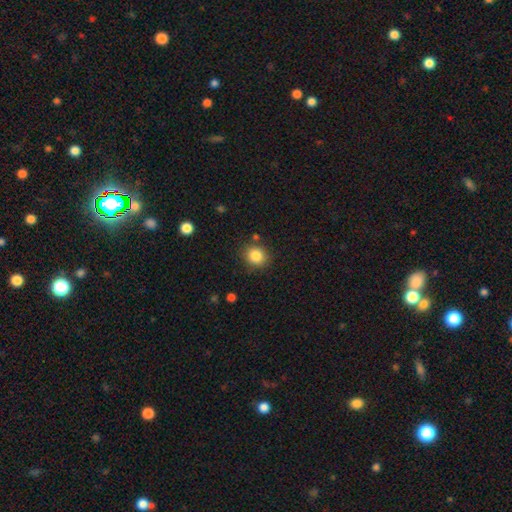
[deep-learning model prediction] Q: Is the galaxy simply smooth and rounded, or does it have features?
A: smooth — 85%.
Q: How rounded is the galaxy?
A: round — 79%.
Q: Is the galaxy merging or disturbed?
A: none — 84%.